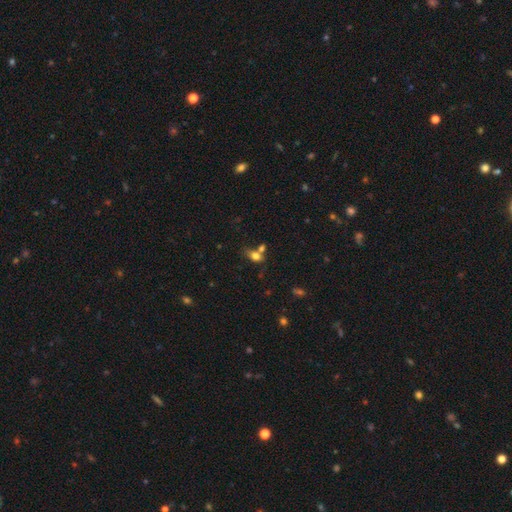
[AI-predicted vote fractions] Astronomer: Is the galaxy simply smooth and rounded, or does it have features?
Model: smooth — 70%.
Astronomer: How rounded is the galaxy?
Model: in between — 71%.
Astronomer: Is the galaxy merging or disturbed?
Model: none — 43% (runner-up: merger, 36%).